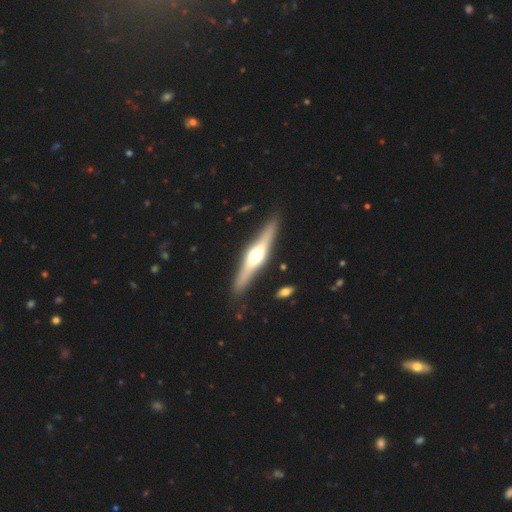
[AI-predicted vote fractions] Smooth or featured? Predicted: featured or disk (p=0.70). Edge-on disk? Predicted: yes (p=0.96). Edge-on bulge? Predicted: rounded (p=0.92). Merging? Predicted: none (p=0.88).